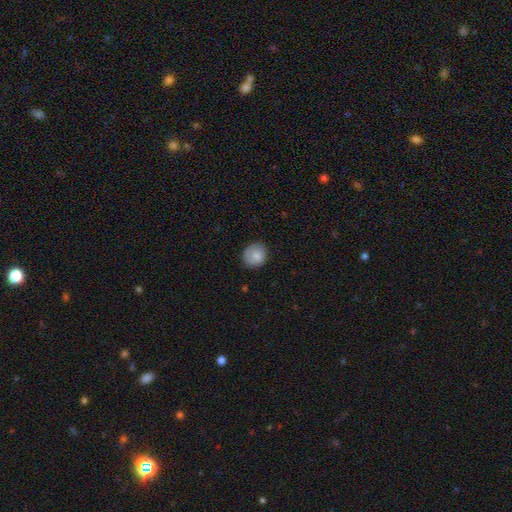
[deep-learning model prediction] smooth 76%, featured or disk 17%, star or artifact 7%. Down the decision tree: how rounded — round (75%); merging — none (76%).